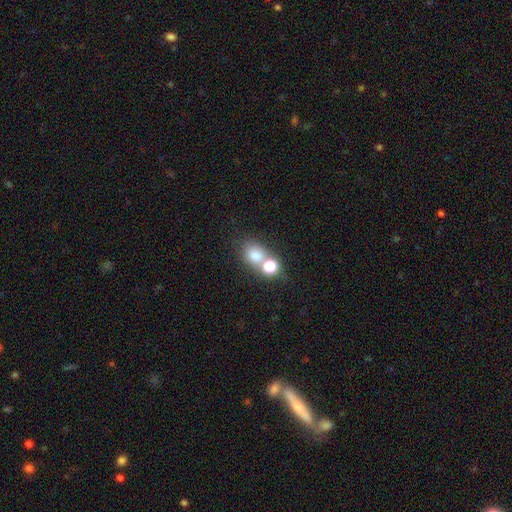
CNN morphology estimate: type=smooth (73%); roundness=round (58%); merging=merger (47%).